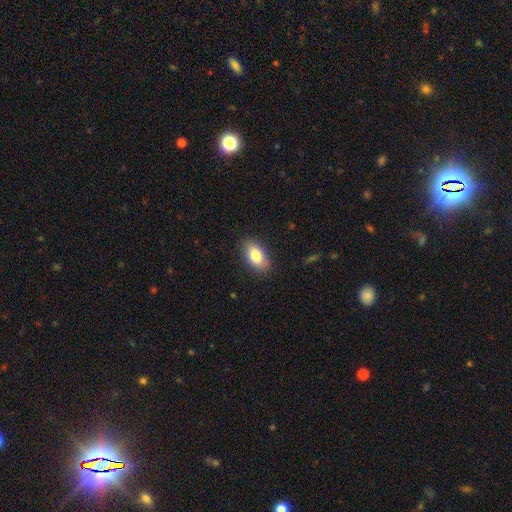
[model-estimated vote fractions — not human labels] This is clearly a smooth galaxy (82%). How rounded: clearly in between (92%). Merging: clearly none (87%).